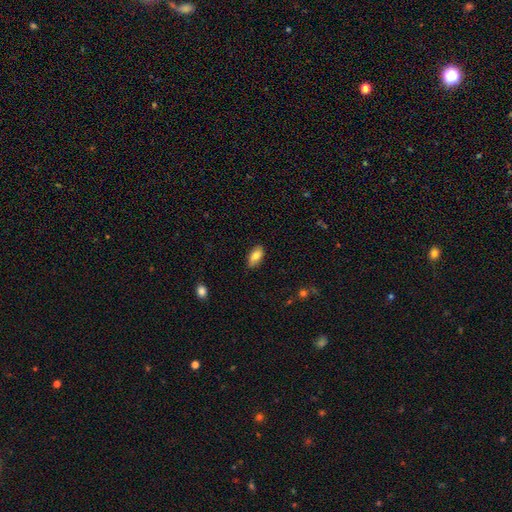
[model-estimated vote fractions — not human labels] Q: Smooth or featured?
A: smooth (80%); runner-up: featured or disk (13%)
Q: How rounded?
A: in between (91%); runner-up: cigar-shaped (6%)
Q: Merging?
A: none (83%); runner-up: minor disturbance (14%)